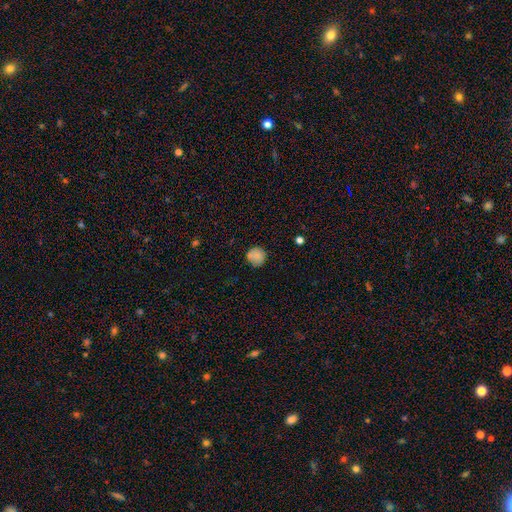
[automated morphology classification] The model was most divided on "merging": none: 79%, minor disturbance: 15%, major disturbance: 3%, merger: 3%. More confident: how rounded — round (92%); smooth or featured — smooth (82%).